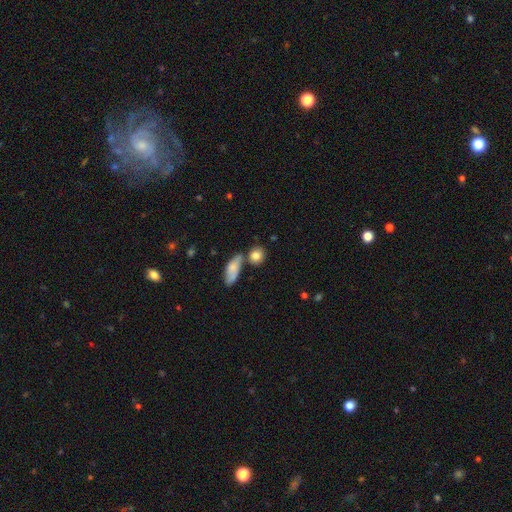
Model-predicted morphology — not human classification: Smooth or featured? Predicted: smooth (p=0.83). How rounded? Predicted: round (p=0.71). Merging? Predicted: none (p=0.62).